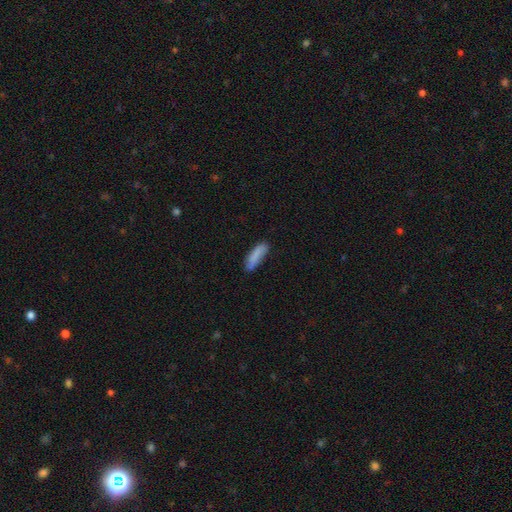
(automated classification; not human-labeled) smooth 83%, featured or disk 11%, star or artifact 7%. Down the decision tree: how rounded — cigar-shaped (56%); merging — none (70%).